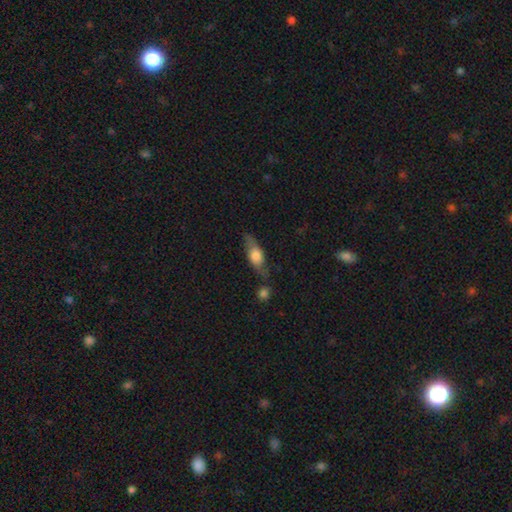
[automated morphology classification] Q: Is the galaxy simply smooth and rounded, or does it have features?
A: smooth — 55%.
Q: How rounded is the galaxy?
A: in between — 58%.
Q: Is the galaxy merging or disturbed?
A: none — 65%.